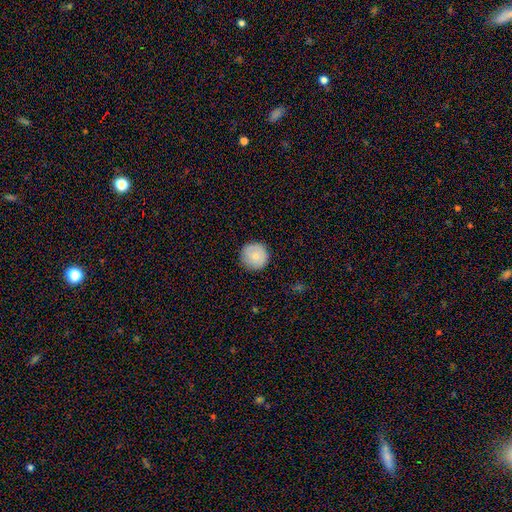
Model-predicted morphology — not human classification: A smooth galaxy with no disk features (76%) that is round (95%).

Vote fractions:
- Smooth or featured? smooth: 76% / featured or disk: 17% / star or artifact: 7%
- How rounded? round: 95% / in between: 4% / cigar-shaped: 1%
- Merging? none: 89% / minor disturbance: 9% / major disturbance: 2% / merger: 1%